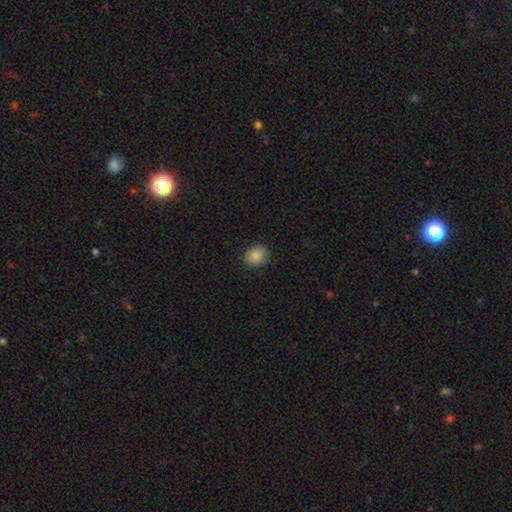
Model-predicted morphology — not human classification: A smooth galaxy with no disk features (87%) that is round (66%).

Vote fractions:
- Smooth or featured? smooth: 87% / star or artifact: 9% / featured or disk: 4%
- How rounded? round: 66% / in between: 33% / cigar-shaped: 1%
- Merging? none: 89% / minor disturbance: 8% / major disturbance: 2% / merger: 1%